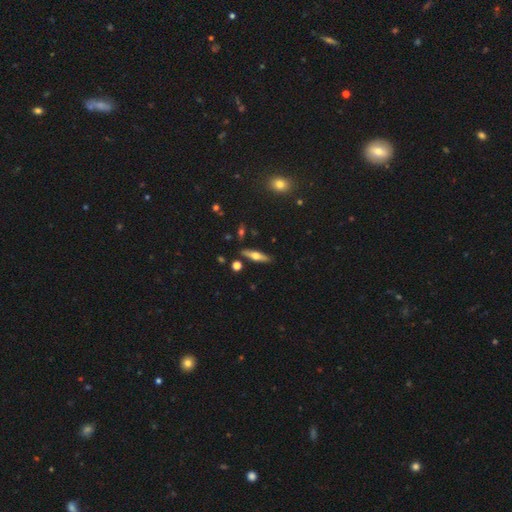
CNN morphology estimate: smooth_or_featured: featured or disk (p=0.53) [alt: smooth p=0.40]
disk_edge_on: yes (p=0.90) [alt: no p=0.10]
merging: none (p=0.86) [alt: minor disturbance p=0.09]